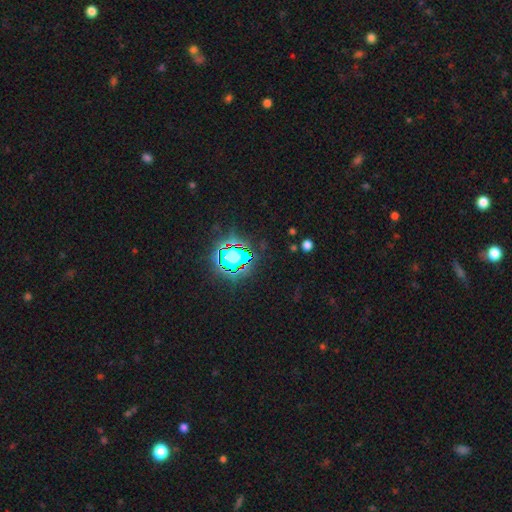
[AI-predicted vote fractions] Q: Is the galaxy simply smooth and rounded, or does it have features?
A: star or artifact — 84%.